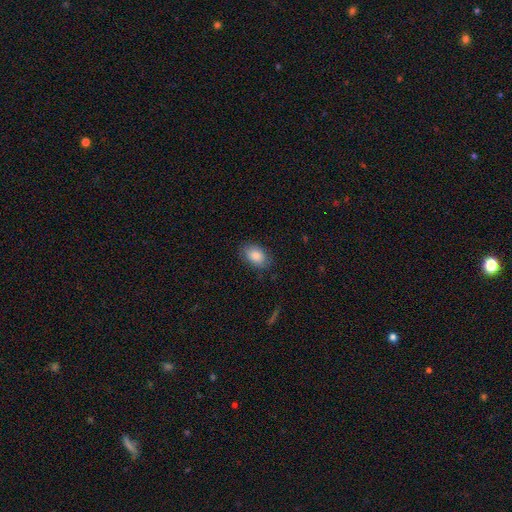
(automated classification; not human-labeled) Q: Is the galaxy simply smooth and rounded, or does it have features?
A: smooth — 86%.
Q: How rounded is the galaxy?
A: in between — 87%.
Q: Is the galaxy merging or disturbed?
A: none — 82%.